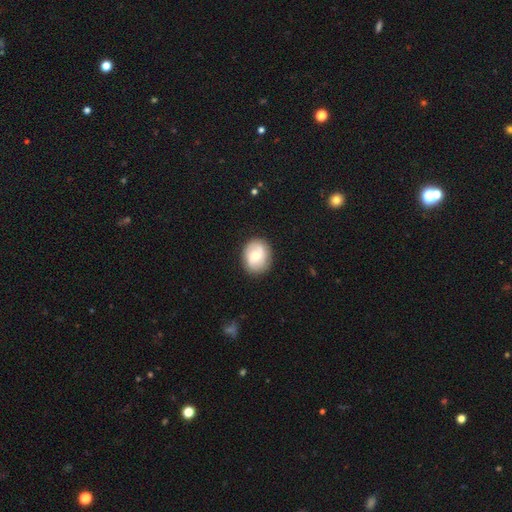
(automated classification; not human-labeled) Smooth or featured? Predicted: smooth (p=0.50). Merging? Predicted: none (p=0.85).